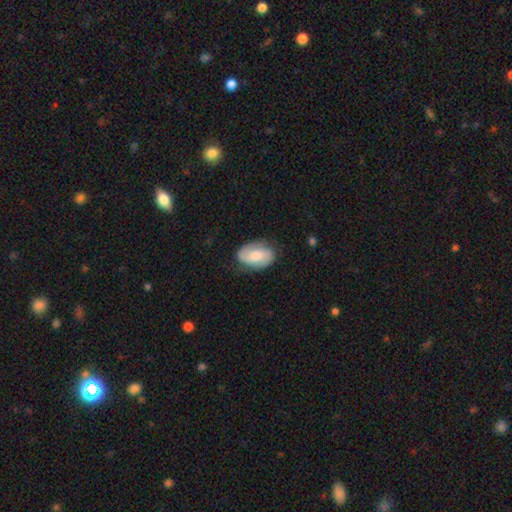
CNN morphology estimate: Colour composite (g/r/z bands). It shows a featured or disk galaxy (59%) with no bar (51%), 2 (87%) medium (45%) spiral arms (91%) and a moderate central bulge (43%). Merging: none (77%).